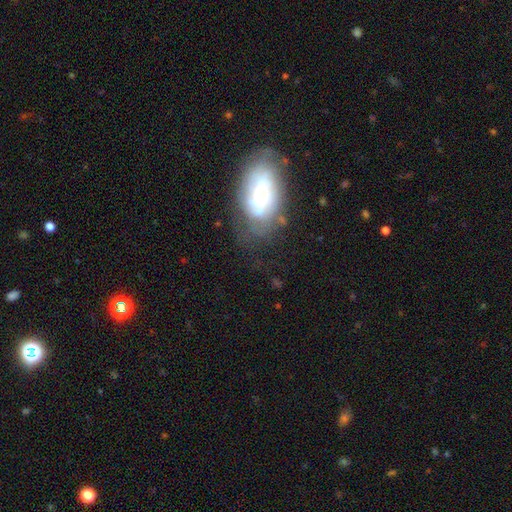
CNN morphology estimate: This is possibly a featured or disk galaxy (50%). Merging: likely none (69%).